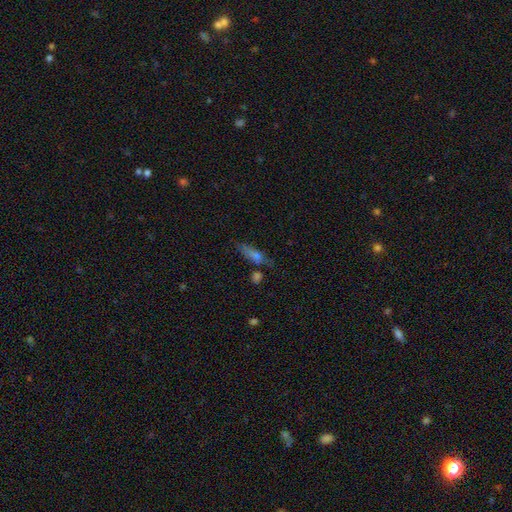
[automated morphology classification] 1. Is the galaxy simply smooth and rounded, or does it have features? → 53% smooth, 29% featured or disk, 18% star or artifact.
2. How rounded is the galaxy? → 67% cigar-shaped, 28% in between, 5% round.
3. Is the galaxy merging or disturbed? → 61% none, 19% minor disturbance, 12% merger, 8% major disturbance.